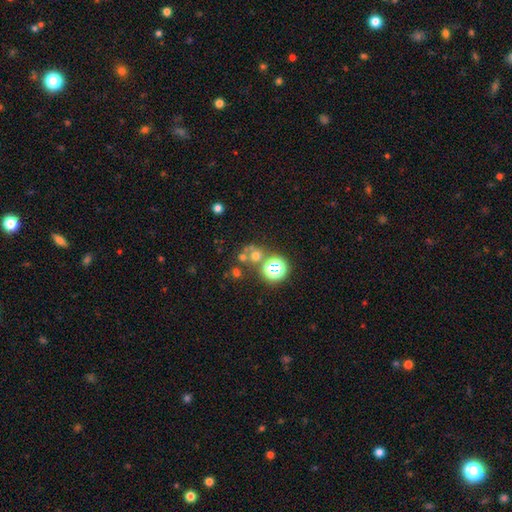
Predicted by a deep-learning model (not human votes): A smooth galaxy with no disk features (51%) that is round (84%). Merging: none (54%).